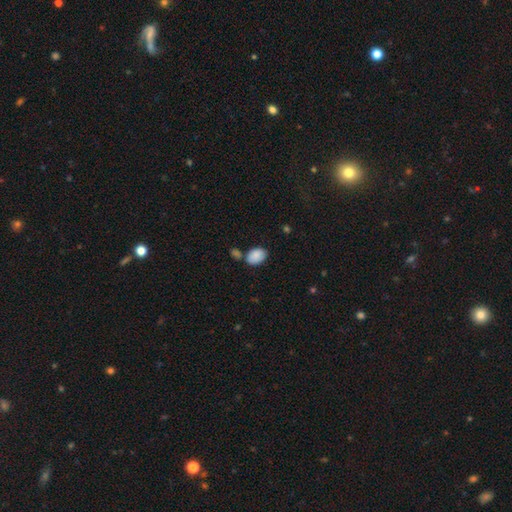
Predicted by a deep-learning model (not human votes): smooth-or-featured: smooth: 87% | star or artifact: 7% | featured or disk: 5%
  how-rounded: in between: 87% | round: 12% | cigar-shaped: 1%
  merging: none: 62% | minor disturbance: 17% | merger: 16% | major disturbance: 4%